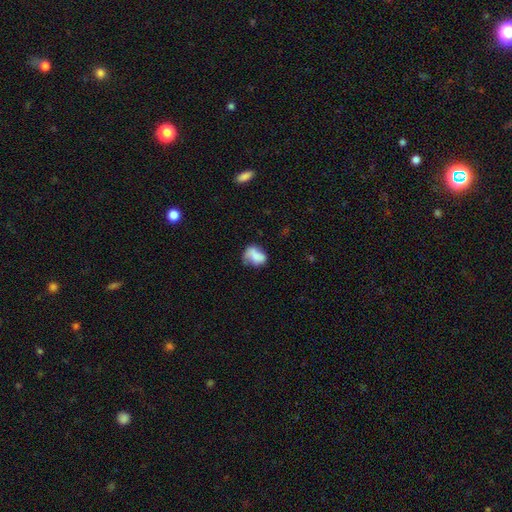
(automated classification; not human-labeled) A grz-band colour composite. It shows a smooth galaxy with no disk features (71%) that is in between round and cigar-shaped (70%). Merging: none (36%).